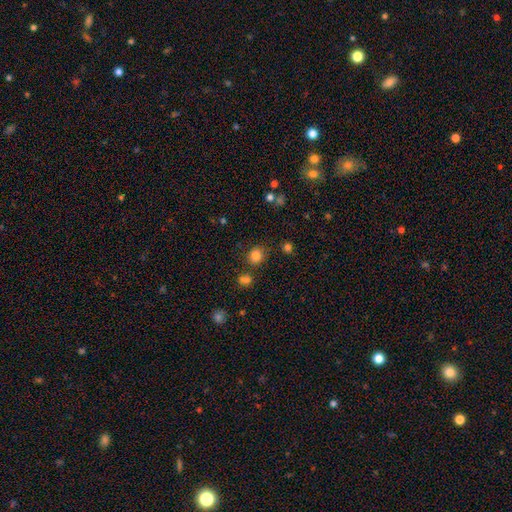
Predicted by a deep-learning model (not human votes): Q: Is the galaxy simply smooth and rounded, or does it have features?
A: smooth — 81%.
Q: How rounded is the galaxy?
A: round — 79%.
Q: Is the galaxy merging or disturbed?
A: none — 76%.